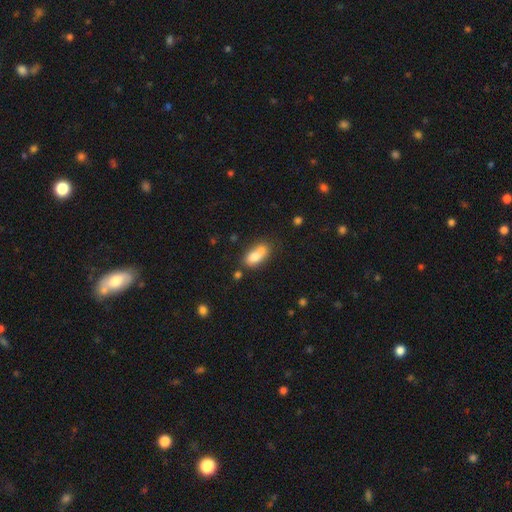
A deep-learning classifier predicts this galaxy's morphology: type=smooth (72%); roundness=in between (83%); merging=merger (46%).